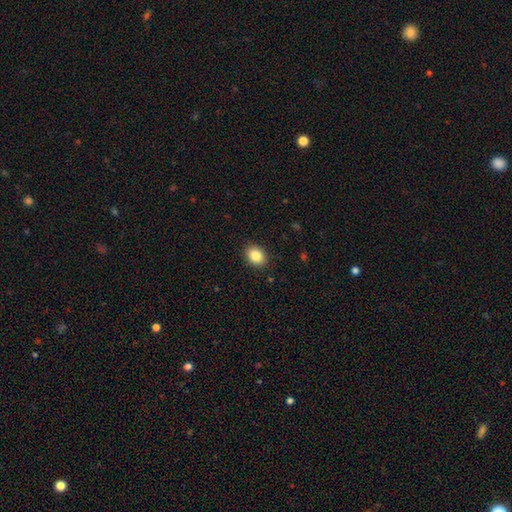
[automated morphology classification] A smooth galaxy with no disk features (86%) that is in between round and cigar-shaped (61%). Merging: none (90%).